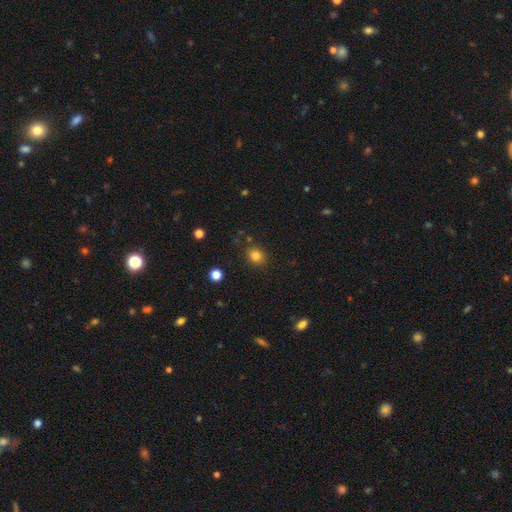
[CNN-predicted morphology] Smooth or featured? smooth (82%)
How rounded? round (68%)
Merging? none (84%)